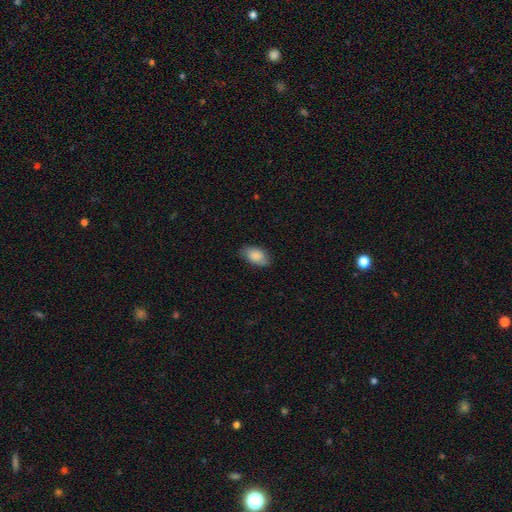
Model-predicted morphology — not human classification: This appears to be a smooth galaxy with no disk features (85%) that is in between round and cigar-shaped (93%). Merging: none (80%).